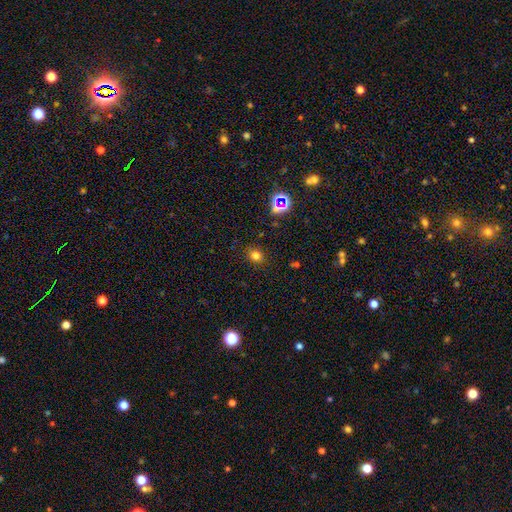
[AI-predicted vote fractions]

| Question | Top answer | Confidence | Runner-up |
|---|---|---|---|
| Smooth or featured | smooth | 75% | star or artifact (19%) |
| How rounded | round | 66% | in between (33%) |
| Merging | none | 86% | minor disturbance (10%) |